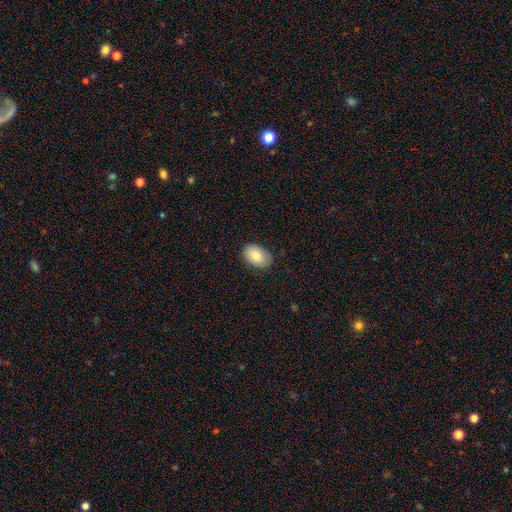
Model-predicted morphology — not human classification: The model was most divided on "merging": none: 84%, minor disturbance: 13%, major disturbance: 2%, merger: 1%. More confident: how rounded — in between (87%); smooth or featured — smooth (83%).